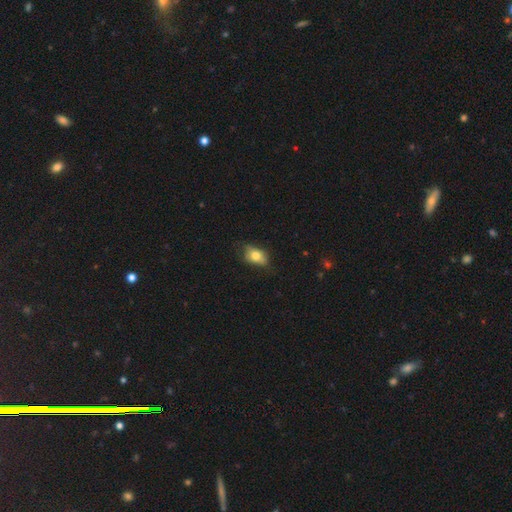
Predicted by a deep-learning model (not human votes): Morphology: type=smooth (75%); roundness=in between (83%); merging=none (60%).